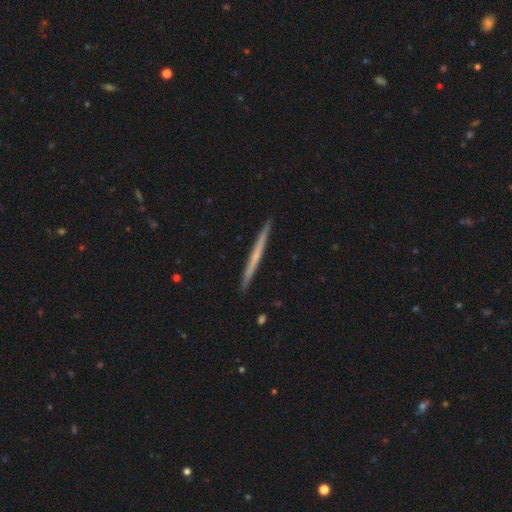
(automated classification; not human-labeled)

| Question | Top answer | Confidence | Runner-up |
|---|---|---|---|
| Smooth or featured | featured or disk | 54% | smooth (41%) |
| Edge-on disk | yes | 98% | no (2%) |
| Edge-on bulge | none | 85% | rounded (12%) |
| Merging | none | 93% | minor disturbance (5%) |